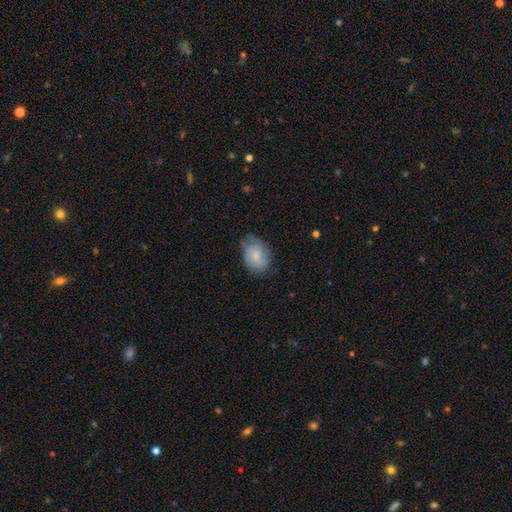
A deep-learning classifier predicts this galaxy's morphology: Smooth or featured? smooth (66%)
How rounded? in between (77%)
Merging? none (60%)